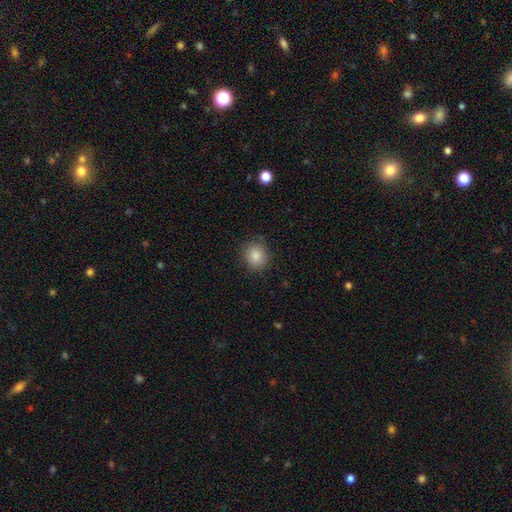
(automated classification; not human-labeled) smooth_or_featured: smooth (p=0.86) [alt: star or artifact p=0.09]
how_rounded: round (p=0.79) [alt: in between p=0.20]
merging: none (p=0.86) [alt: minor disturbance p=0.10]